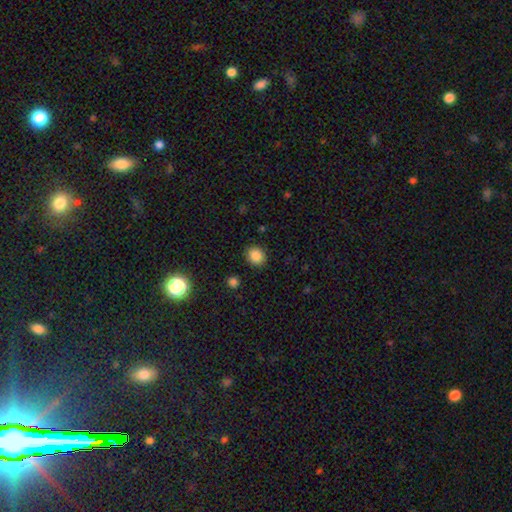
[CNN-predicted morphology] Smooth or featured? Predicted: smooth (p=0.86). How rounded? Predicted: round (p=0.79). Merging? Predicted: none (p=0.90).